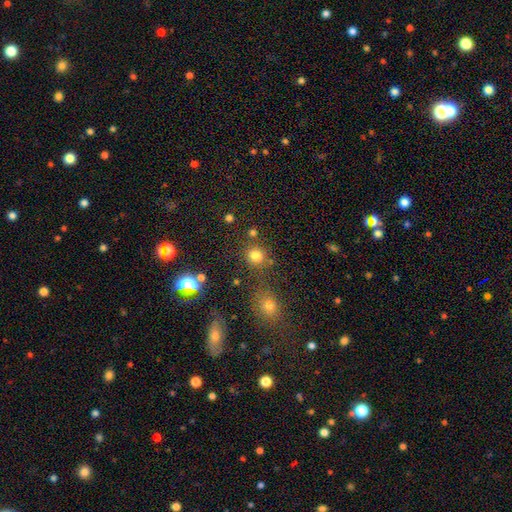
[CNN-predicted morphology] Smooth or featured? smooth (78%)
How rounded? round (85%)
Merging? none (75%)